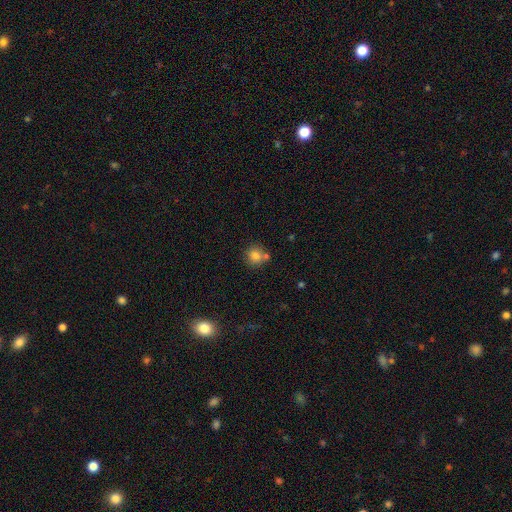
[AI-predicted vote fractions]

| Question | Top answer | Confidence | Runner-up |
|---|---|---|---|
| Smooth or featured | smooth | 80% | star or artifact (12%) |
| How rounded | round | 89% | in between (10%) |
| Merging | none | 68% | merger (18%) |